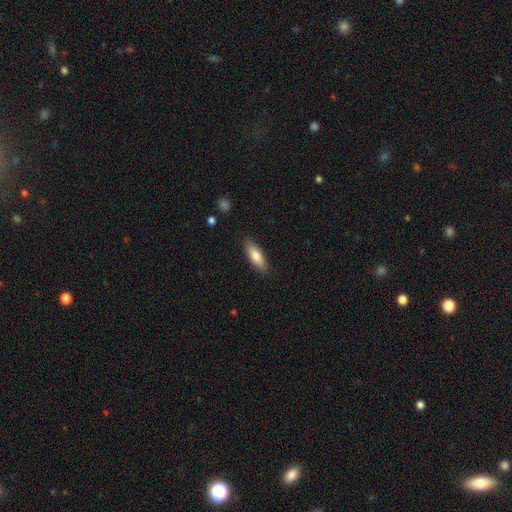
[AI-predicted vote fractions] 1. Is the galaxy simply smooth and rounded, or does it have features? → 79% smooth, 15% featured or disk, 6% star or artifact.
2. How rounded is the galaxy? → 59% in between, 40% cigar-shaped, 2% round.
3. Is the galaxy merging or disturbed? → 86% none, 11% minor disturbance, 2% major disturbance, 1% merger.